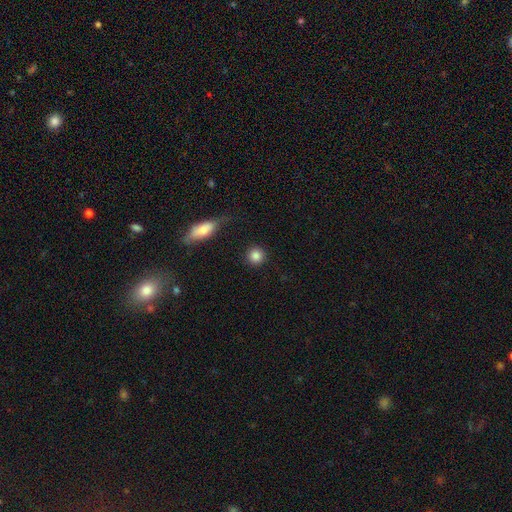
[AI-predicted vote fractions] smooth 86%, star or artifact 9%, featured or disk 5%. Down the decision tree: how rounded — round (93%); merging — none (89%).